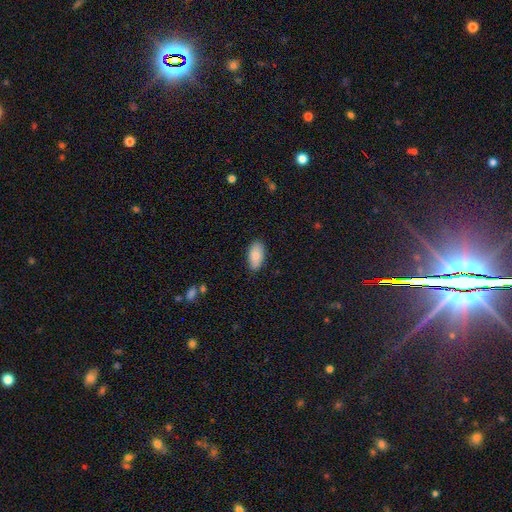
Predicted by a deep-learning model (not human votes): Overall: smooth (85%). How rounded: in between (94%). Merging: none (84%).